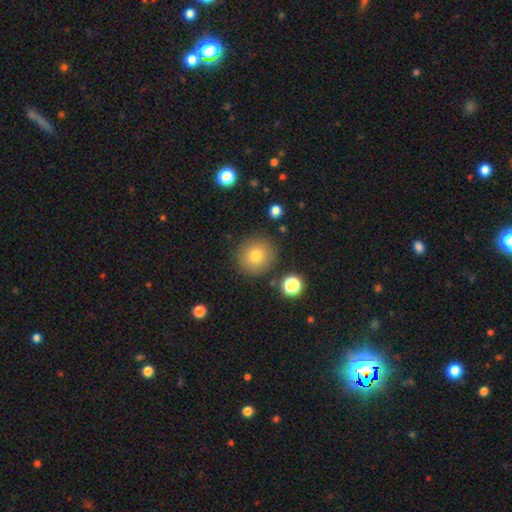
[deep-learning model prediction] smooth_or_featured: smooth (p=0.79) [alt: star or artifact p=0.11]
how_rounded: round (p=0.91) [alt: in between p=0.08]
merging: none (p=0.87) [alt: minor disturbance p=0.08]